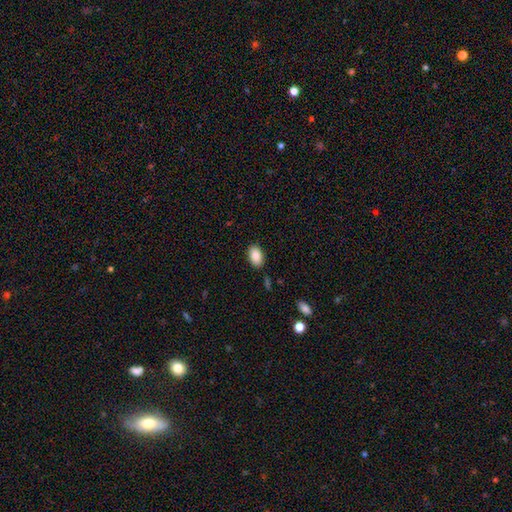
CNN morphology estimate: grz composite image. It shows a smooth galaxy with no disk features (88%) that is in between round and cigar-shaped (91%). Merging: none (86%).